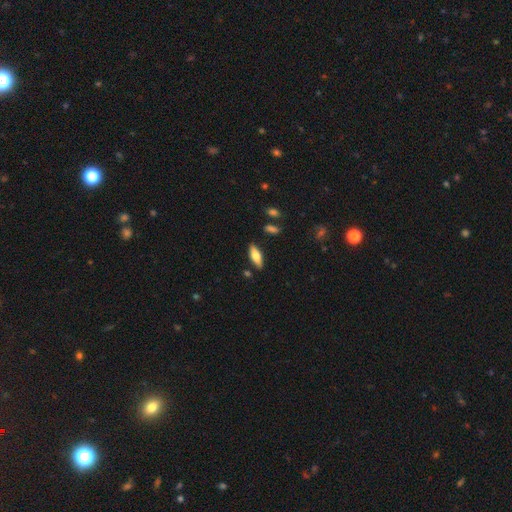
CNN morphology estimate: Smooth or featured: smooth — 66% (featured or disk — 28%)
How rounded: in between — 67% (cigar-shaped — 30%)
Merging: none — 85% (minor disturbance — 10%)